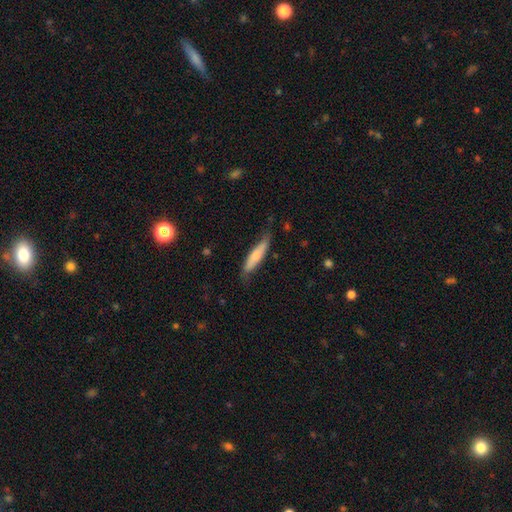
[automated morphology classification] type=smooth (63%); roundness=cigar-shaped (80%); merging=none (71%).